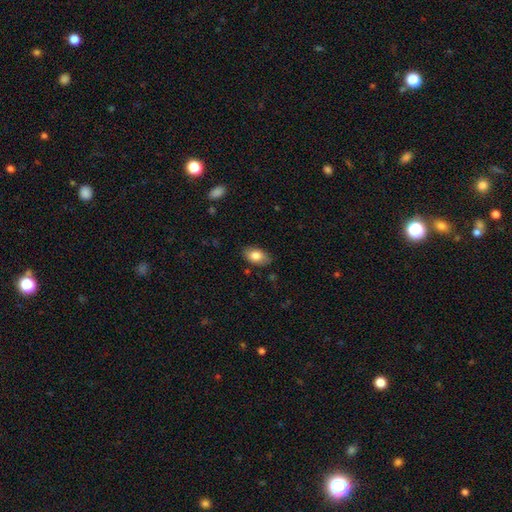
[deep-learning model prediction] smooth_or_featured: smooth (p=0.83) [alt: featured or disk p=0.10]
how_rounded: in between (p=0.91) [alt: round p=0.08]
merging: none (p=0.82) [alt: minor disturbance p=0.14]